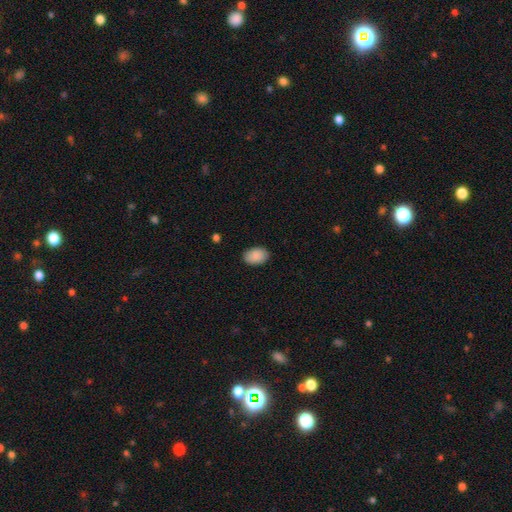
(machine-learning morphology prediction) smooth 90%, star or artifact 7%, featured or disk 4%. Down the decision tree: how rounded — in between (86%); merging — none (87%).